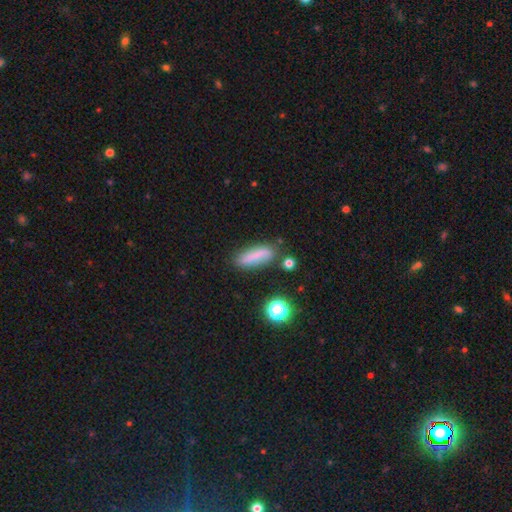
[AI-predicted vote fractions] This appears to be a smooth galaxy with no disk features (71%) that is cigar-shaped (54%). Merging: none (71%).